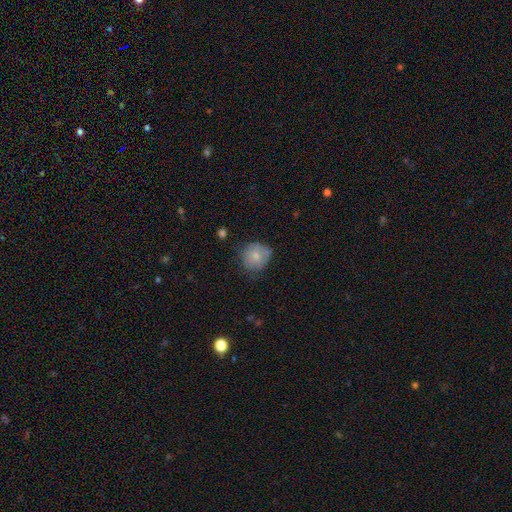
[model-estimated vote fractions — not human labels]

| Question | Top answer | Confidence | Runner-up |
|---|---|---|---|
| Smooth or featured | smooth | 74% | featured or disk (19%) |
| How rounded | round | 82% | in between (17%) |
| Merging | none | 61% | minor disturbance (29%) |